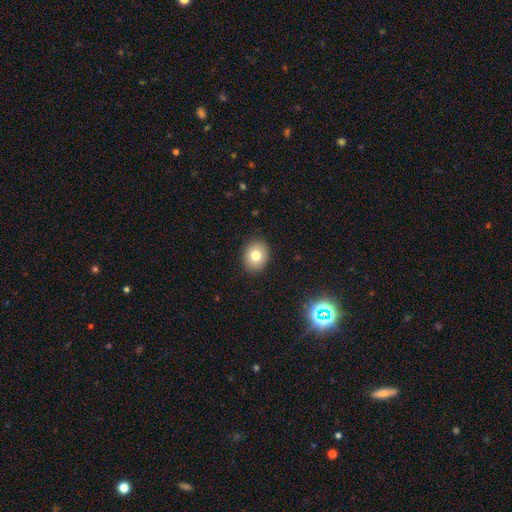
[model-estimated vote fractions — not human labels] Morphology: type=smooth (77%); roundness=round (58%); merging=none (90%).